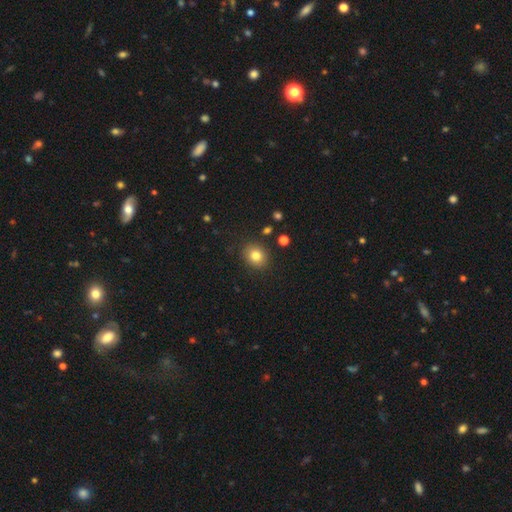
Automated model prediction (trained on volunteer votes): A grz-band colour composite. It shows a smooth galaxy with no disk features (81%) that is round (66%). Merging: none (87%).